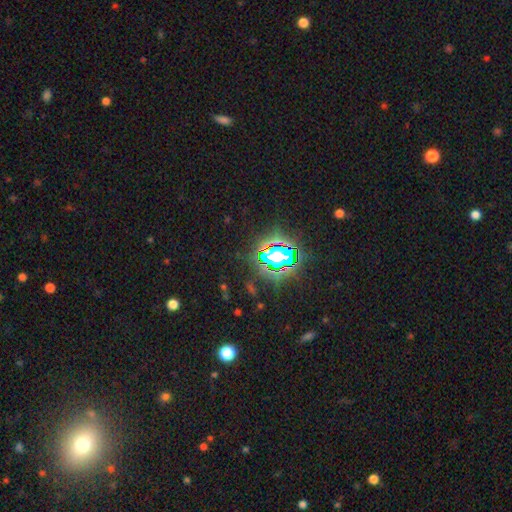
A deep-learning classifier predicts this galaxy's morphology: Overall: star or artifact (79%).